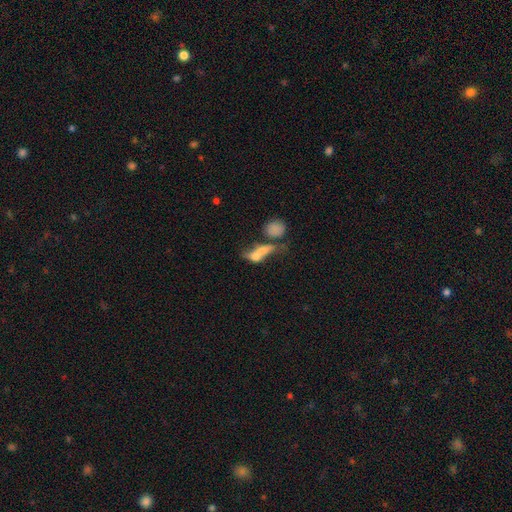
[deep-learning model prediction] smooth 55%, featured or disk 33%, star or artifact 12%. Down the decision tree: how rounded — in between (61%); merging — merger (56%).